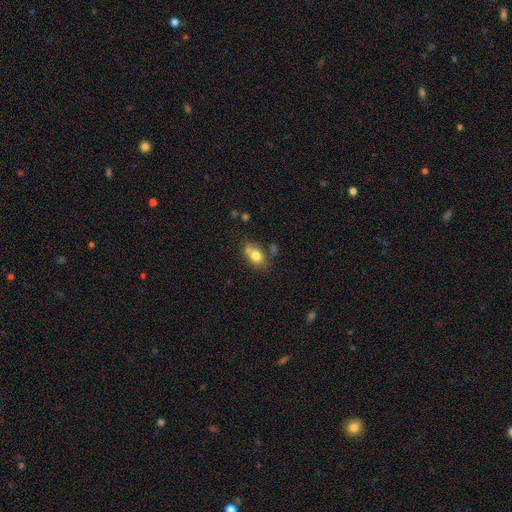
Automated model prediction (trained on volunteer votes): Smooth or featured: smooth — 75% (featured or disk — 16%)
How rounded: in between — 73% (round — 24%)
Merging: none — 52% (merger — 21%)